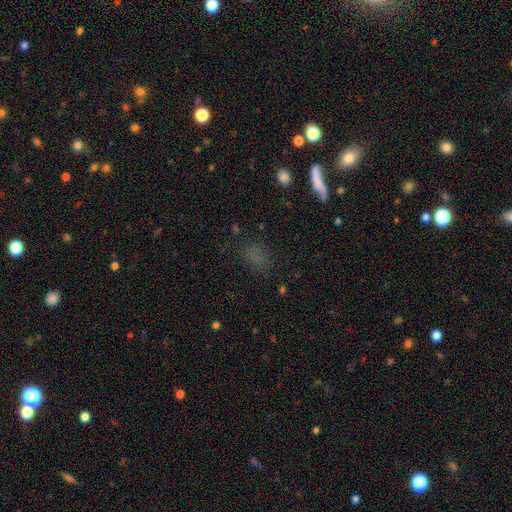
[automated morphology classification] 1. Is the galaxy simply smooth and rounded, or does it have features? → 68% smooth, 21% star or artifact, 11% featured or disk.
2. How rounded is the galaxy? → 69% in between, 23% round, 8% cigar-shaped.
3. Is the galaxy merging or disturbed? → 69% none, 17% minor disturbance, 10% major disturbance, 4% merger.